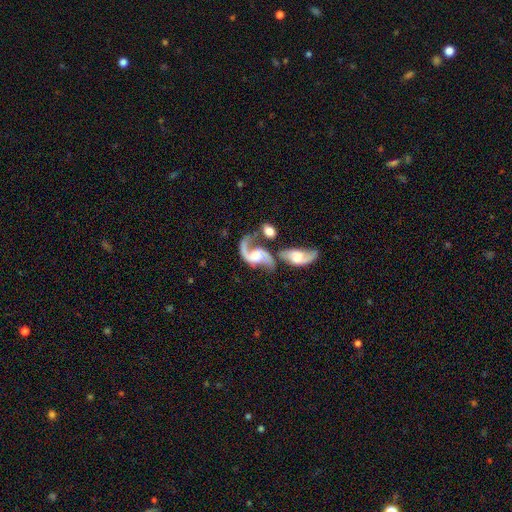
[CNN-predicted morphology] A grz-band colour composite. It shows a featured or disk galaxy (86%) with no bar (52%), 2 (87%) loose (77%) spiral arms (95%) and a moderate central bulge (30%). Merging: merger (47%).